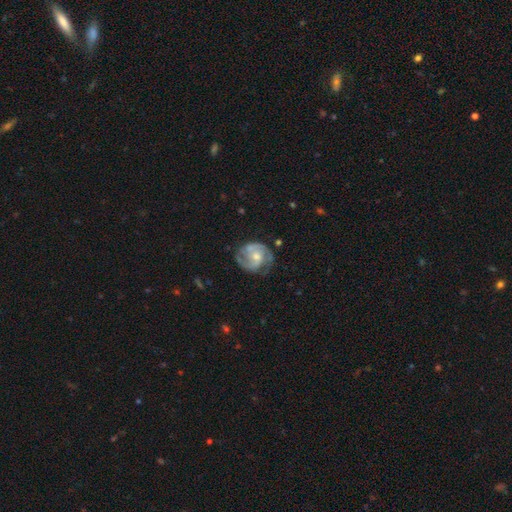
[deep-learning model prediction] The model was most divided on "spiral winding": medium: 48%, tight: 38%, loose: 15%. More confident: edge-on disk — no (98%); spiral arms — yes (93%); smooth or featured — featured or disk (82%); merging — none (65%); spiral arm count — 2 (62%); bar — no (60%); bulge size — moderate (57%).